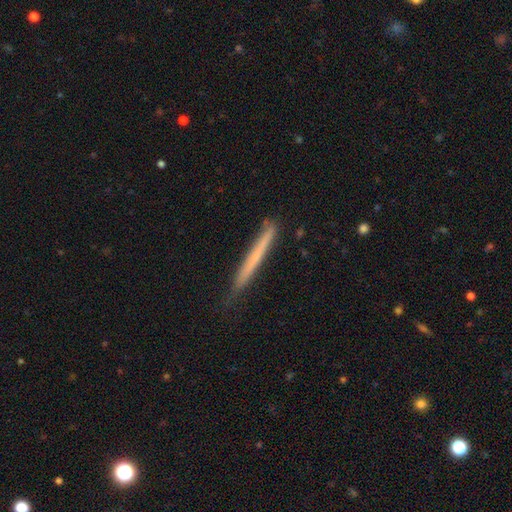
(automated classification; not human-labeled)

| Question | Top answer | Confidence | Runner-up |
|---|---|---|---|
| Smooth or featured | smooth | 55% | featured or disk (39%) |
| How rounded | cigar-shaped | 97% | in between (2%) |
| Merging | none | 80% | minor disturbance (17%) |